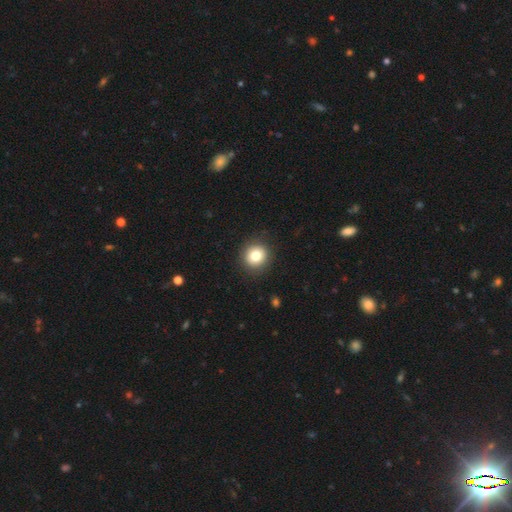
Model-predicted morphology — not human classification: This appears to be a smooth galaxy with no disk features (80%) that is round (92%). Merging: none (90%).